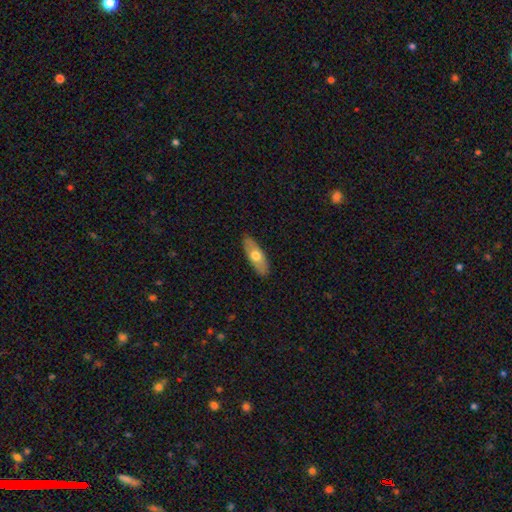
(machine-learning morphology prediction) smooth 61%, featured or disk 33%, star or artifact 5%. Down the decision tree: how rounded — in between (66%); merging — none (88%).